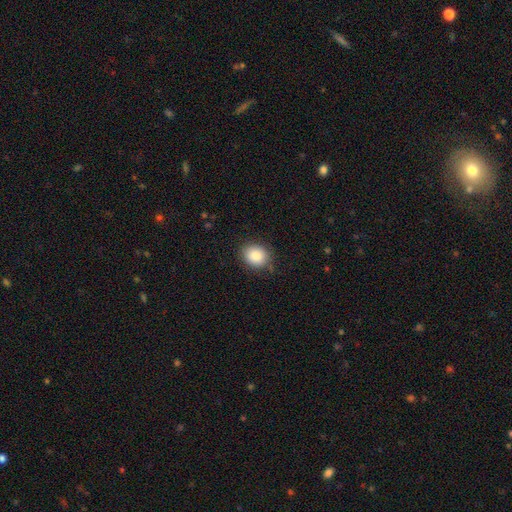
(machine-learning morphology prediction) A smooth galaxy with no disk features (86%) that is round (58%).

Vote fractions:
- Smooth or featured? smooth: 86% / star or artifact: 8% / featured or disk: 6%
- How rounded? round: 58% / in between: 41% / cigar-shaped: 1%
- Merging? none: 82% / minor disturbance: 14% / major disturbance: 3% / merger: 1%